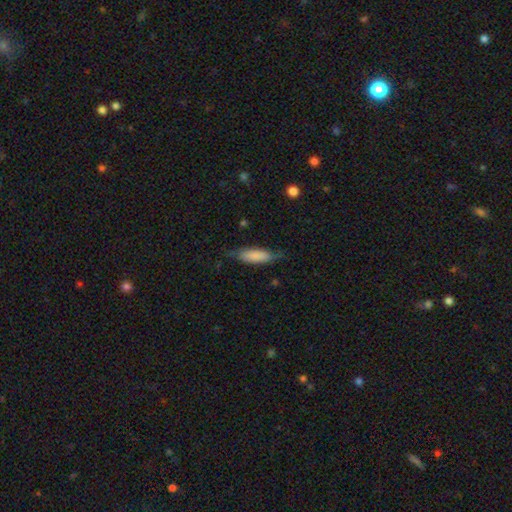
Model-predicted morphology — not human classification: type=smooth (77%); roundness=in between (55%); merging=none (64%).